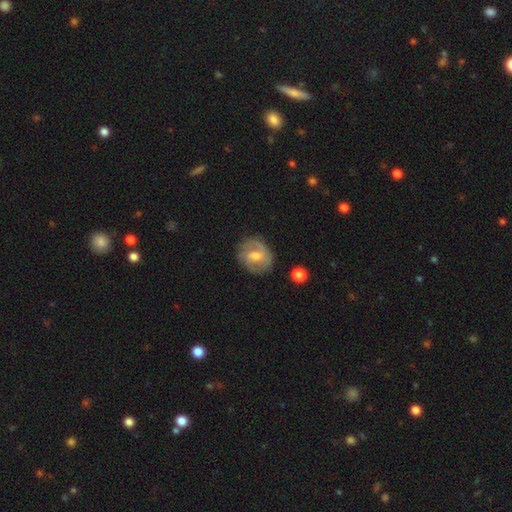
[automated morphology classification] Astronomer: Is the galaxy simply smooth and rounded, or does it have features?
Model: featured or disk — 65%.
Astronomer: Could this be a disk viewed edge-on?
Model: no — 97%.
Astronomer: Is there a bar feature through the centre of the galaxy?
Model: weak — 55% (runner-up: no, 31%).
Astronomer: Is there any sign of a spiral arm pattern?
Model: yes — 86%.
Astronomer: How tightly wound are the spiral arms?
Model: medium — 46% (runner-up: tight, 35%).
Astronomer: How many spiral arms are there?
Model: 2 — 65%.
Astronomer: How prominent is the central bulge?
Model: moderate — 51% (runner-up: small, 35%).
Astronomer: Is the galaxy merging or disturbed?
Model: none — 72%.